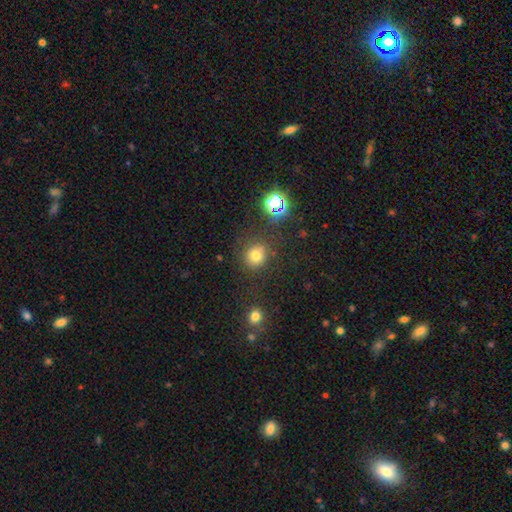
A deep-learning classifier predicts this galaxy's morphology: Smooth or featured? smooth (74%)
How rounded? round (87%)
Merging? none (79%)